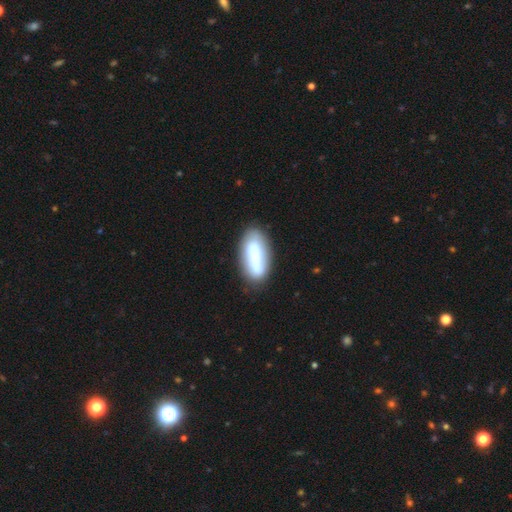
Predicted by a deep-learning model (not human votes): Morphology: type=smooth (59%); roundness=in between (76%); merging=none (69%).